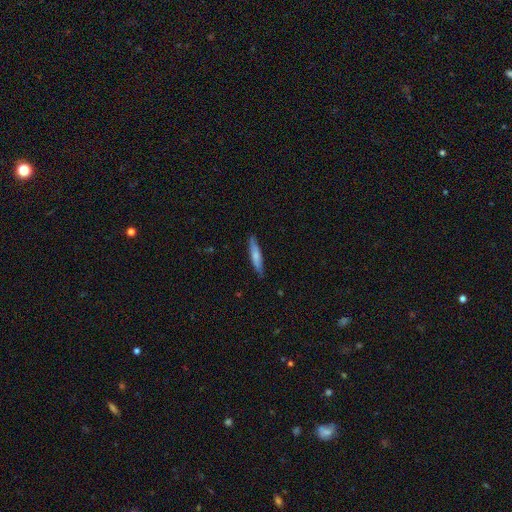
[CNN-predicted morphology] smooth 67%, featured or disk 27%, star or artifact 5%. Down the decision tree: how rounded — cigar-shaped (88%); merging — none (87%).